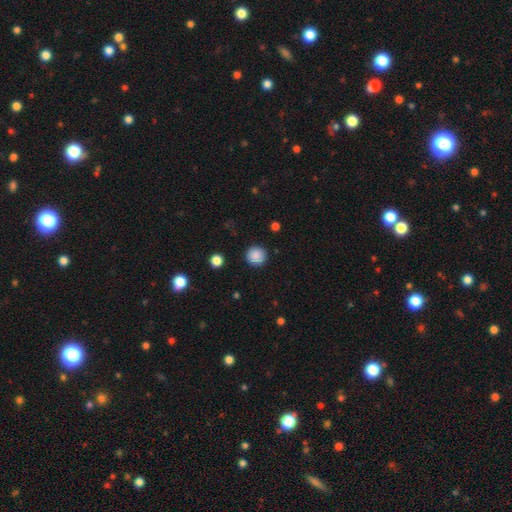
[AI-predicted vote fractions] smooth-or-featured: smooth: 88% | star or artifact: 9% | featured or disk: 4%
  how-rounded: round: 94% | in between: 5% | cigar-shaped: 1%
  merging: none: 91% | minor disturbance: 6% | major disturbance: 2% | merger: 1%